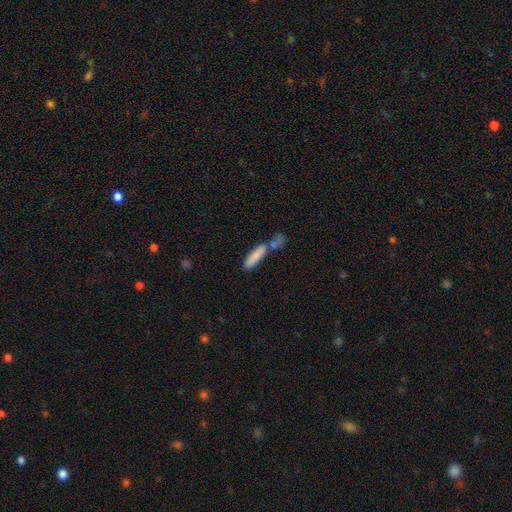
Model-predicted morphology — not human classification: Smooth or featured: smooth — 81% (featured or disk — 11%)
How rounded: cigar-shaped — 69% (in between — 29%)
Merging: none — 46% (merger — 34%)